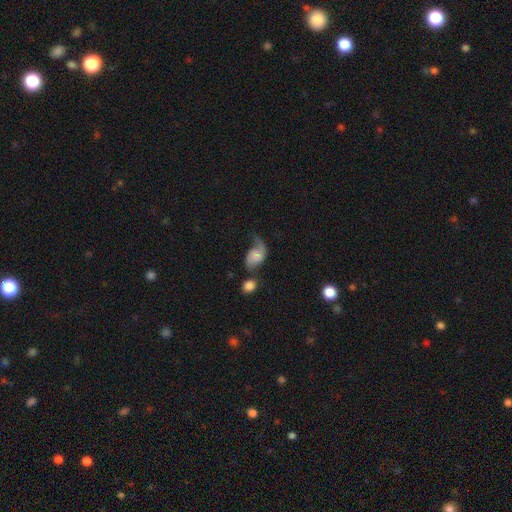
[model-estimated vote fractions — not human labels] Smooth or featured: featured or disk — 57% (smooth — 35%)
Edge-on disk: no — 97% (yes — 3%)
Bar: no — 67% (weak — 28%)
Spiral arms: yes — 89% (no — 11%)
Bulge size: none — 38% (small — 32%)
Merging: none — 31% (major disturbance — 28%)